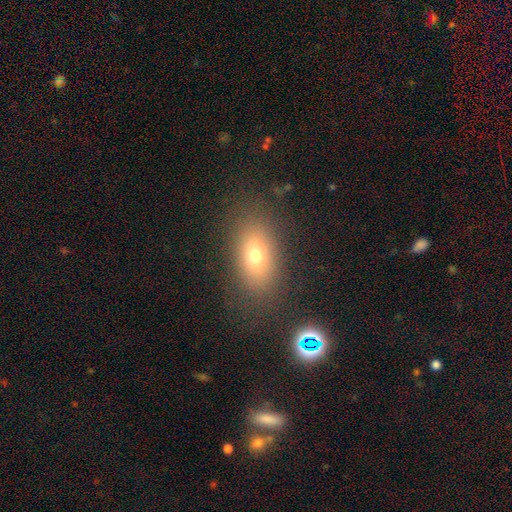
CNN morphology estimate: A smooth galaxy with no disk features (68%) that is in between round and cigar-shaped (83%).

Vote fractions:
- Smooth or featured? smooth: 68% / featured or disk: 18% / star or artifact: 14%
- How rounded? in between: 83% / round: 13% / cigar-shaped: 4%
- Merging? none: 82% / minor disturbance: 11% / major disturbance: 5% / merger: 2%